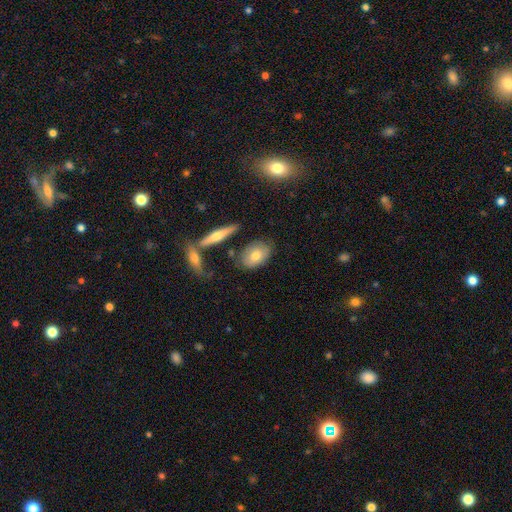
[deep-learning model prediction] Overall: smooth (70%). How rounded: in between (82%). Merging: none (73%).